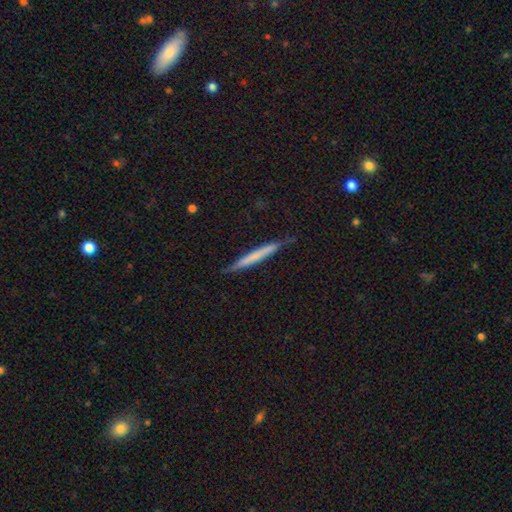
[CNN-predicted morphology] A smooth galaxy with no disk features (58%) that is cigar-shaped (97%). Merging: none (81%).